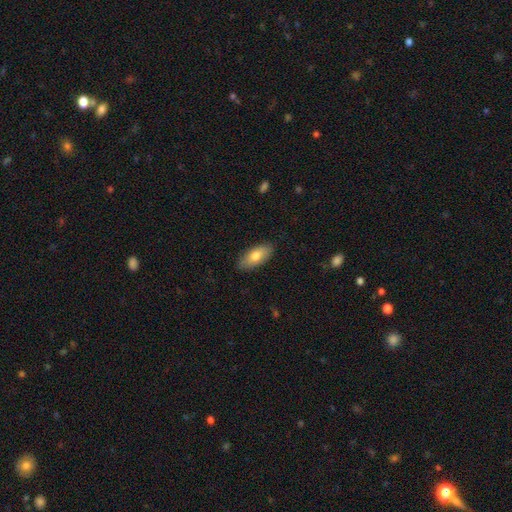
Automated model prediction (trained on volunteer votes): Q: Smooth or featured?
A: smooth (77%); runner-up: featured or disk (17%)
Q: How rounded?
A: in between (87%); runner-up: cigar-shaped (11%)
Q: Merging?
A: none (87%); runner-up: minor disturbance (10%)